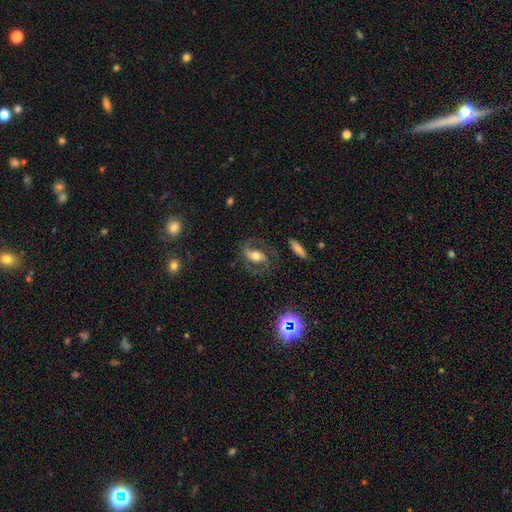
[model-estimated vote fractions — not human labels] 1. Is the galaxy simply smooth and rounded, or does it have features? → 75% featured or disk, 16% smooth, 9% star or artifact.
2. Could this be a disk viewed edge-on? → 94% no, 6% yes.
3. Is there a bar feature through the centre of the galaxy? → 35% weak, 33% no, 32% strong.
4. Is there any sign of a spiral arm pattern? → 90% yes, 10% no.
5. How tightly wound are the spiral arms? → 55% medium, 25% loose, 20% tight.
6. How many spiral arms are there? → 89% 2, 4% can't tell, 4% 1, 1% 3, 1% 4, 1% more than 4.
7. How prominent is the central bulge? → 64% moderate, 21% large, 12% small, 2% dominant, 2% none.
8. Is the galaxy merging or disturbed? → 72% none, 15% minor disturbance, 11% major disturbance, 2% merger.